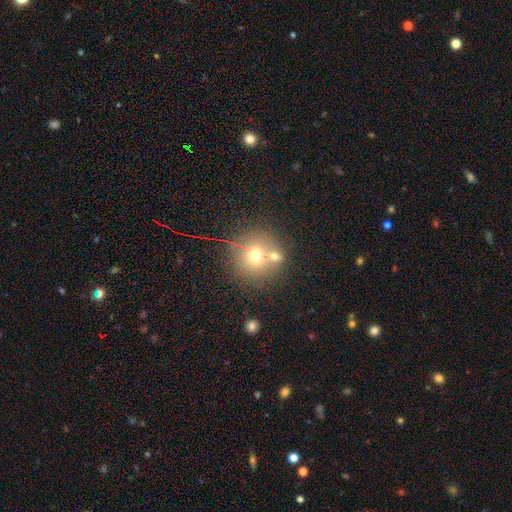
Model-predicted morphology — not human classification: Smooth or featured: smooth — 64% (featured or disk — 19%)
How rounded: round — 91% (in between — 8%)
Merging: none — 58% (merger — 29%)